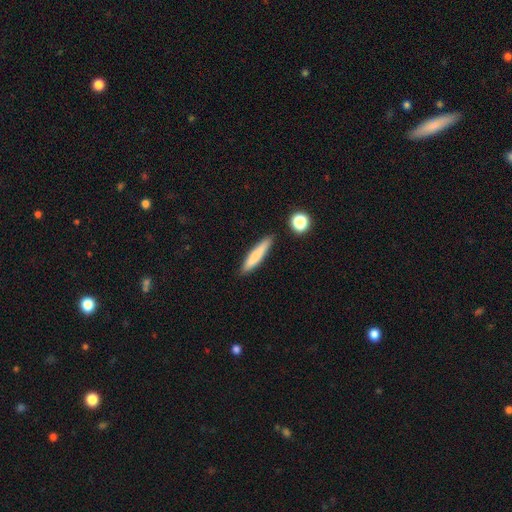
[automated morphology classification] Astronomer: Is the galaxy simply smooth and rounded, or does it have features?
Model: smooth — 74%.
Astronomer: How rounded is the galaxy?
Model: cigar-shaped — 90%.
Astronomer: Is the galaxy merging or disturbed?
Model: none — 87%.